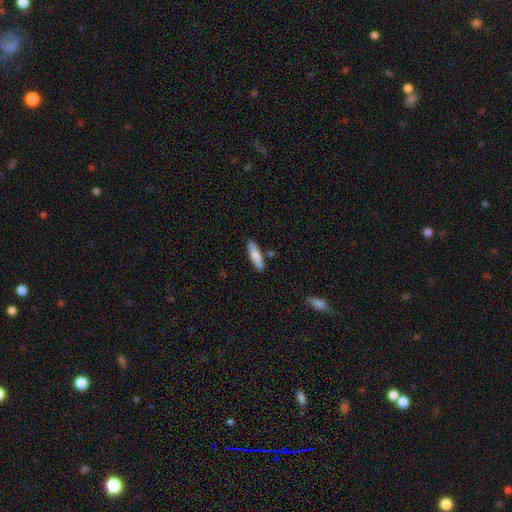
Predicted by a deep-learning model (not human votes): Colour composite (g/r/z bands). It shows a smooth galaxy with no disk features (83%) that is cigar-shaped (58%). Merging: none (82%).